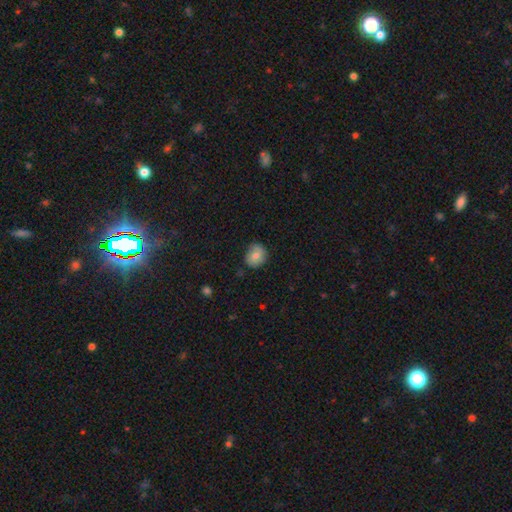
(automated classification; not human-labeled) Smooth or featured?
  - smooth: 76% *
  - featured or disk: 15%
  - star or artifact: 9%
How rounded?
  - round: 70% *
  - in between: 29%
  - cigar-shaped: 1%
Merging?
  - none: 73% *
  - minor disturbance: 22%
  - major disturbance: 4%
  - merger: 2%